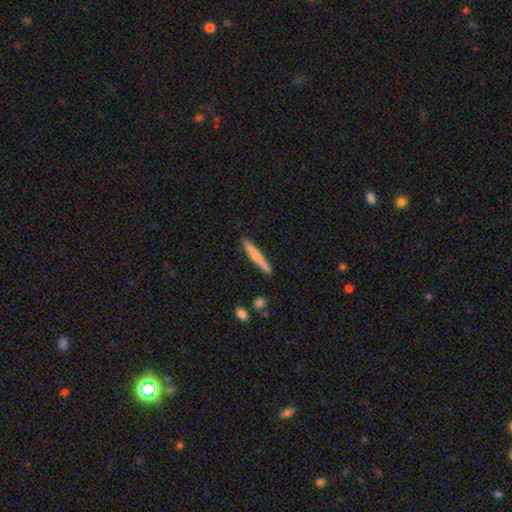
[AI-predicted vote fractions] A smooth galaxy with no disk features (61%) that is cigar-shaped (94%). Merging: none (86%).